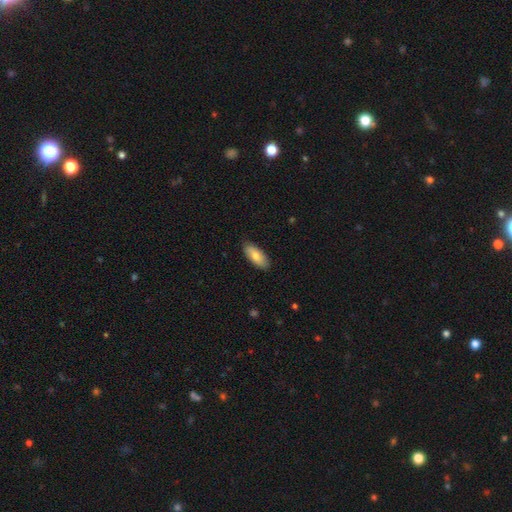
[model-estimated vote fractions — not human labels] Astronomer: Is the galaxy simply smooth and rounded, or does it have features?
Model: smooth — 78%.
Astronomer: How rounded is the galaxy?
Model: in between — 86%.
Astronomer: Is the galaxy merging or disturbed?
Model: none — 87%.